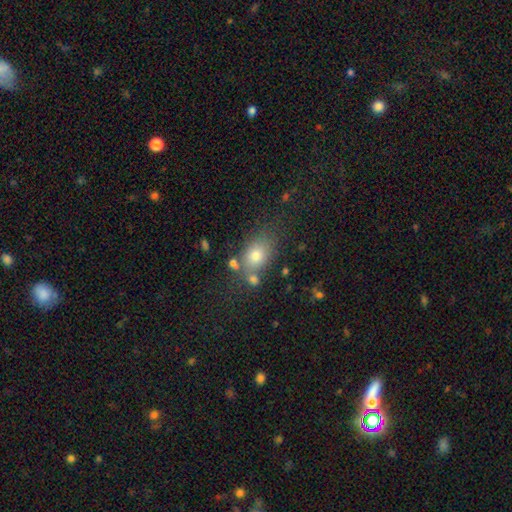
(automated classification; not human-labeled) Smooth or featured? Predicted: smooth (p=0.74). How rounded? Predicted: in between (p=0.64). Merging? Predicted: none (p=0.62).